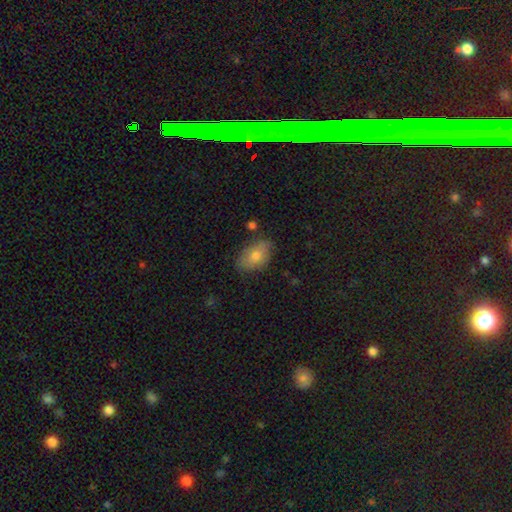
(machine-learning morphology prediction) This is likely a smooth galaxy (74%). How rounded: clearly in between (89%). Merging: likely none (74%).